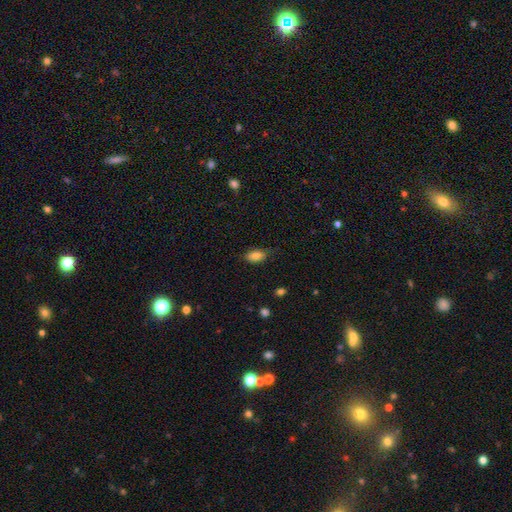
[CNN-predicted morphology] smooth-or-featured: smooth: 83% | star or artifact: 8% | featured or disk: 8%
  how-rounded: in between: 89% | round: 8% | cigar-shaped: 3%
  merging: none: 74% | minor disturbance: 20% | major disturbance: 4% | merger: 1%